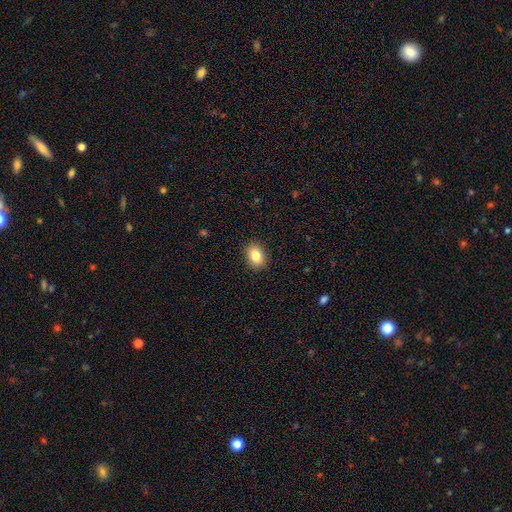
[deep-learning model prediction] Q: Smooth or featured?
A: smooth (82%); runner-up: star or artifact (9%)
Q: How rounded?
A: in between (66%); runner-up: round (33%)
Q: Merging?
A: none (90%); runner-up: minor disturbance (7%)